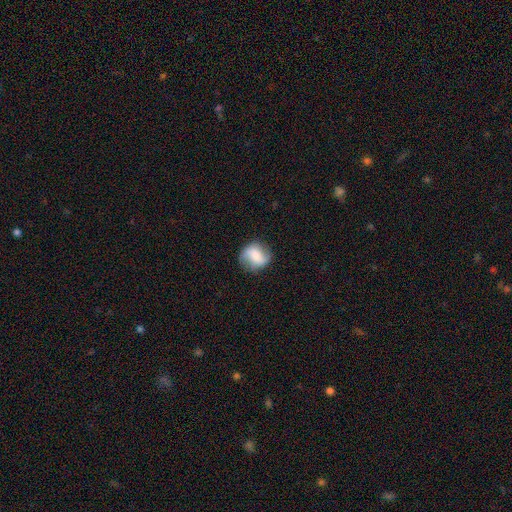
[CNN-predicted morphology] smooth-or-featured: smooth: 52% | featured or disk: 39% | star or artifact: 9%
  how-rounded: round: 76% | in between: 22% | cigar-shaped: 2%
  merging: none: 78% | minor disturbance: 15% | major disturbance: 5% | merger: 1%